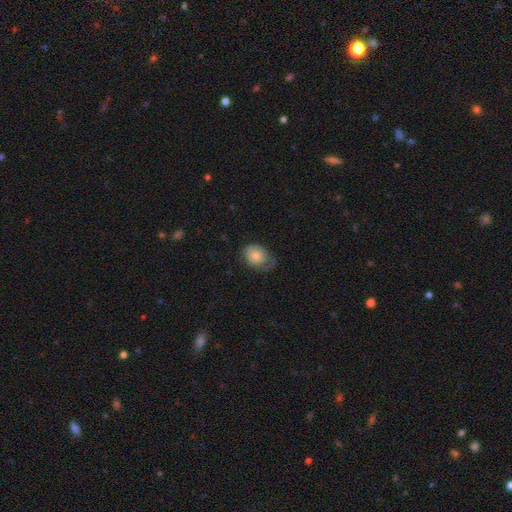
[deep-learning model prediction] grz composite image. It shows a smooth galaxy with no disk features (69%) that is in between round and cigar-shaped (61%). Merging: none (41%).